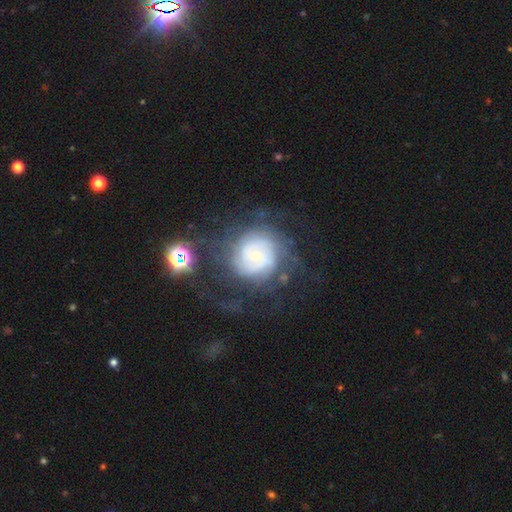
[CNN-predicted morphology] Smooth or featured?
  - featured or disk: 68% *
  - smooth: 21%
  - star or artifact: 11%
Edge-on disk?
  - no: 98% *
  - yes: 2%
Bar?
  - no: 69% *
  - weak: 26%
  - strong: 5%
Spiral arms?
  - yes: 89% *
  - no: 11%
Spiral winding?
  - tight: 58% *
  - medium: 29%
  - loose: 13%
Spiral arm count?
  - can't tell: 42% *
  - 2: 27%
  - 3: 12%
  - 4: 7%
  - 1: 6%
  - more than 4: 6%
Bulge size?
  - small: 64% *
  - moderate: 20%
  - none: 7%
  - large: 6%
  - dominant: 3%
Merging?
  - none: 59% *
  - major disturbance: 19%
  - minor disturbance: 17%
  - merger: 5%